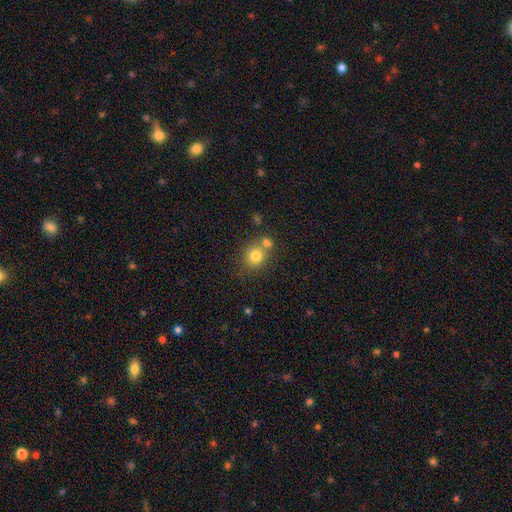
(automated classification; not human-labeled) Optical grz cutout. It shows a smooth galaxy with no disk features (79%) that is round (81%). Merging: none (56%).